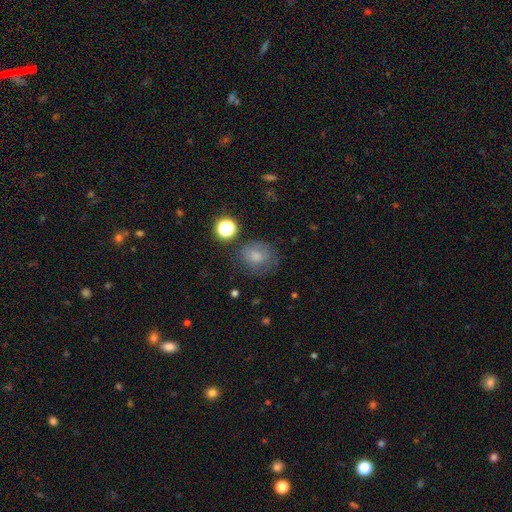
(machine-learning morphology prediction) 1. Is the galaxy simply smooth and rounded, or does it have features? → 70% smooth, 15% featured or disk, 15% star or artifact.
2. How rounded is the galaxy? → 72% round, 27% in between, 1% cigar-shaped.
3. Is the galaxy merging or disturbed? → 65% none, 21% minor disturbance, 10% major disturbance, 4% merger.